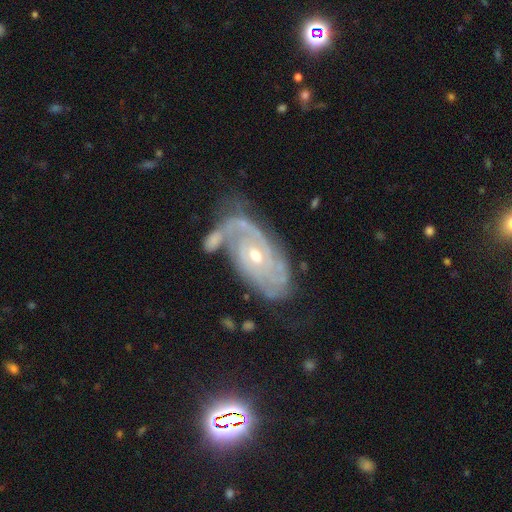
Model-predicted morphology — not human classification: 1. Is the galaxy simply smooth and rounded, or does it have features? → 87% featured or disk, 8% smooth, 5% star or artifact.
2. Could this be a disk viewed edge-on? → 95% no, 5% yes.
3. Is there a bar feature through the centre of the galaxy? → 68% no, 26% weak, 6% strong.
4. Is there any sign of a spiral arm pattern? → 94% yes, 6% no.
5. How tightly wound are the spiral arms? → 72% tight, 22% medium, 6% loose.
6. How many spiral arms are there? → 37% can't tell, 28% 2, 16% 3, 7% 4, 7% 1, 5% more than 4.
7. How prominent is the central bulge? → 57% moderate, 40% small, 2% large, 1% none, 1% dominant.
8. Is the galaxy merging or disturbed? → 43% none, 23% minor disturbance, 18% merger, 16% major disturbance.